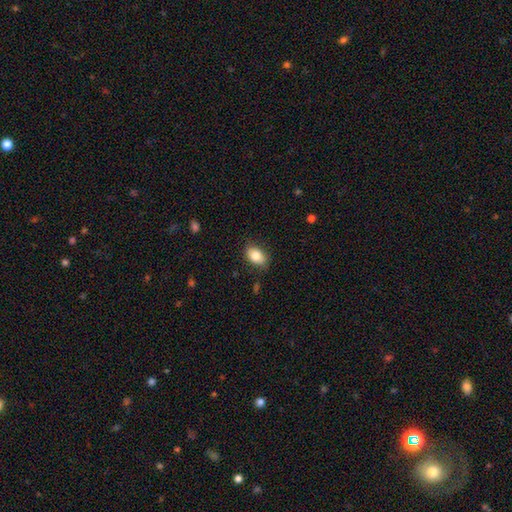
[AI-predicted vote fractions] Smooth or featured: smooth — 82% (featured or disk — 10%)
How rounded: in between — 87% (round — 11%)
Merging: none — 83% (minor disturbance — 13%)